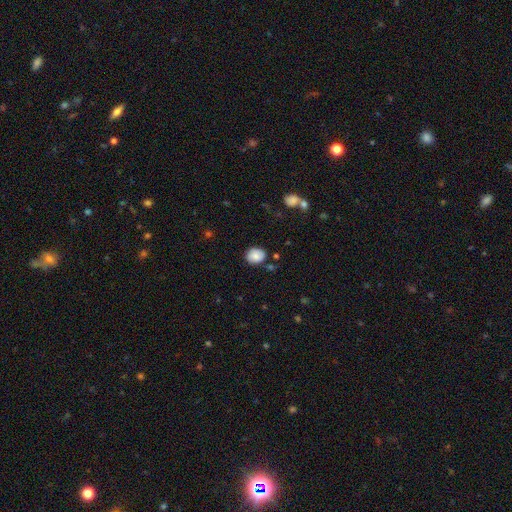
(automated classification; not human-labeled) Overall: smooth (83%). How rounded: round (58%; in between 41%). Merging: none (78%).